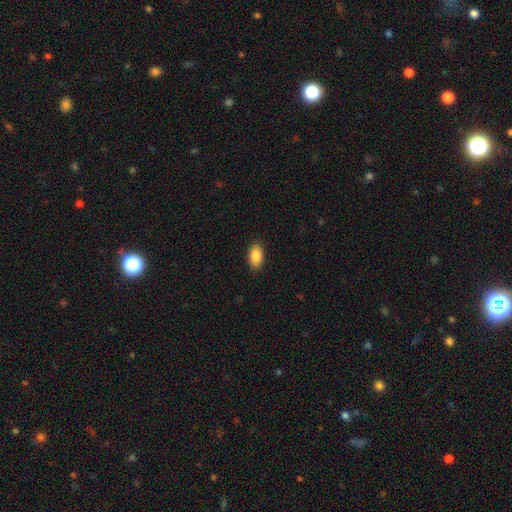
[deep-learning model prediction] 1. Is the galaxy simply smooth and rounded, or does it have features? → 88% smooth, 7% star or artifact, 5% featured or disk.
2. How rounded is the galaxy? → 93% in between, 4% round, 3% cigar-shaped.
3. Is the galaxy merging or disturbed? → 88% none, 9% minor disturbance, 2% major disturbance, 1% merger.